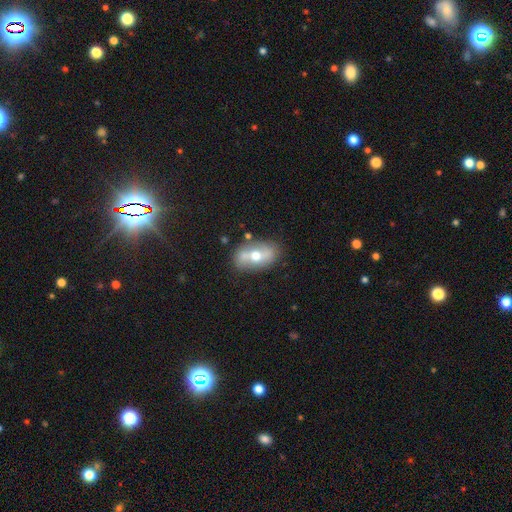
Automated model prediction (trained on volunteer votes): featured or disk 55%, smooth 38%, star or artifact 7%. Down the decision tree: edge-on disk — no (86%); merging — none (75%).